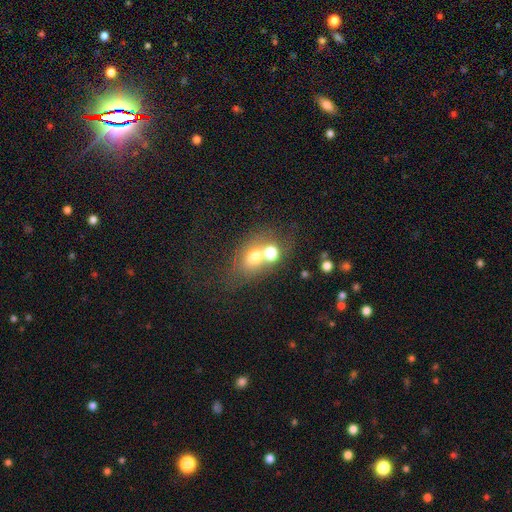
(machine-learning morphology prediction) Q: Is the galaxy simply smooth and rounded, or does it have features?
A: smooth — 64%.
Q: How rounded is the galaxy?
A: in between — 55%.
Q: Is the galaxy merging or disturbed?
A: merger — 52%.